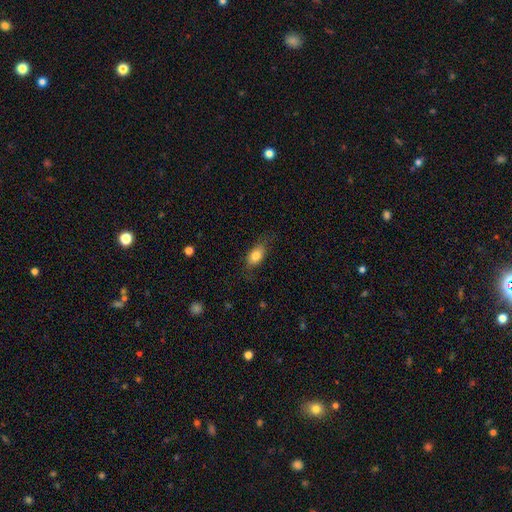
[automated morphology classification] A smooth galaxy with no disk features (81%) that is in between round and cigar-shaped (86%). Merging: none (69%).